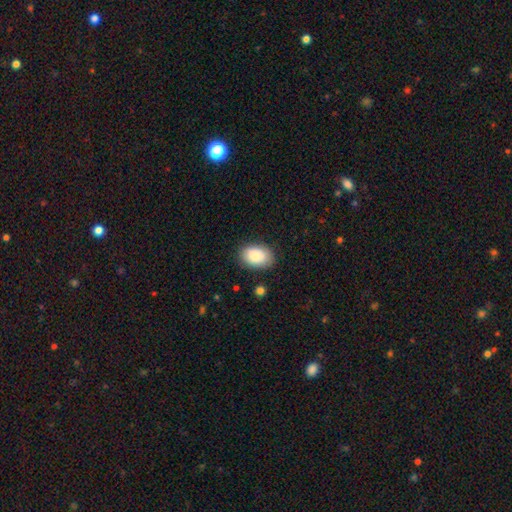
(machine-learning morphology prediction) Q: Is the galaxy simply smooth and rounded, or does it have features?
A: smooth — 86%.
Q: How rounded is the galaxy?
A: in between — 87%.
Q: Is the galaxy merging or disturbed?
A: none — 83%.